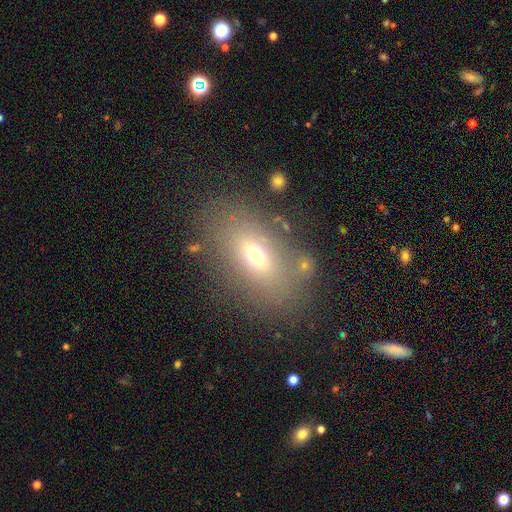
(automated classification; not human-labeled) This appears to be a smooth galaxy with no disk features (61%) that is in between round and cigar-shaped (83%). Merging: none (77%).